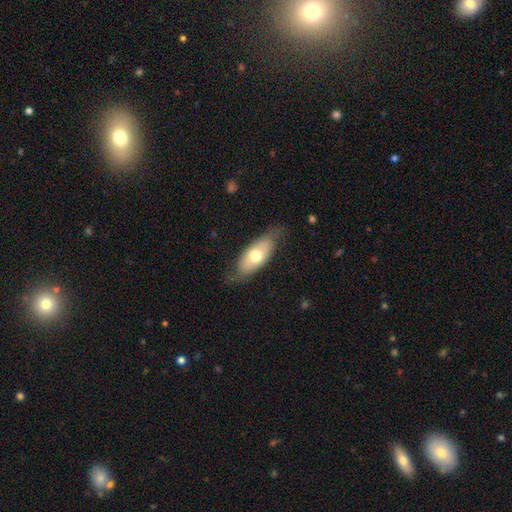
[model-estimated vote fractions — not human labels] Q: Smooth or featured?
A: smooth (59%); runner-up: featured or disk (36%)
Q: How rounded?
A: in between (78%); runner-up: cigar-shaped (19%)
Q: Merging?
A: none (71%); runner-up: minor disturbance (21%)